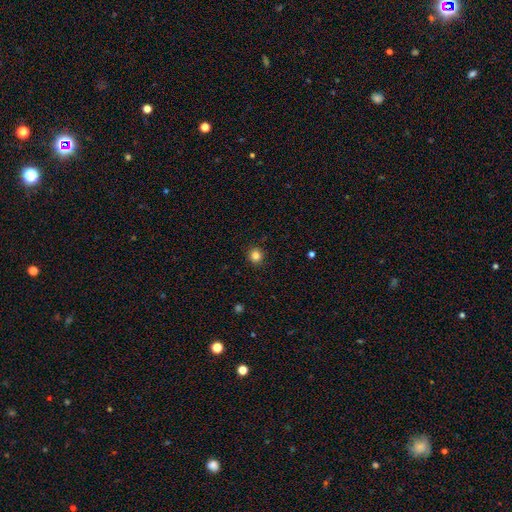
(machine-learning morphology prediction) This appears to be a smooth galaxy with no disk features (83%) that is round (93%). Merging: none (92%).